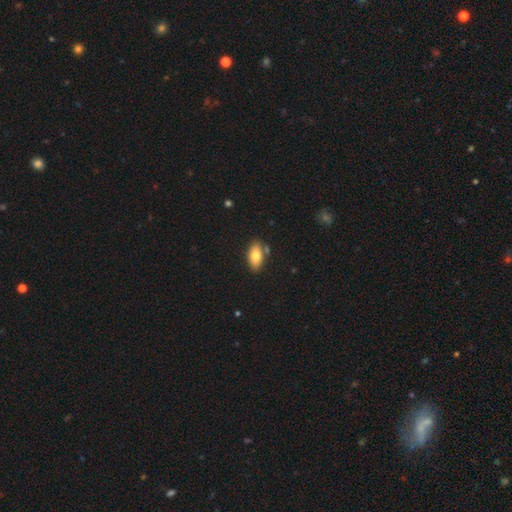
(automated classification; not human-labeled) Smooth or featured?
  - smooth: 78% *
  - featured or disk: 15%
  - star or artifact: 7%
How rounded?
  - in between: 91% *
  - cigar-shaped: 5%
  - round: 4%
Merging?
  - none: 80% *
  - minor disturbance: 12%
  - merger: 6%
  - major disturbance: 2%